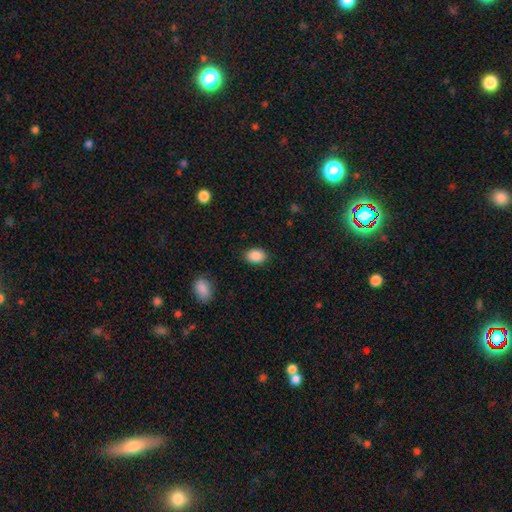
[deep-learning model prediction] The model was most divided on "how rounded": in between: 79%, round: 20%, cigar-shaped: 1%. More confident: smooth or featured — smooth (88%); merging — none (86%).